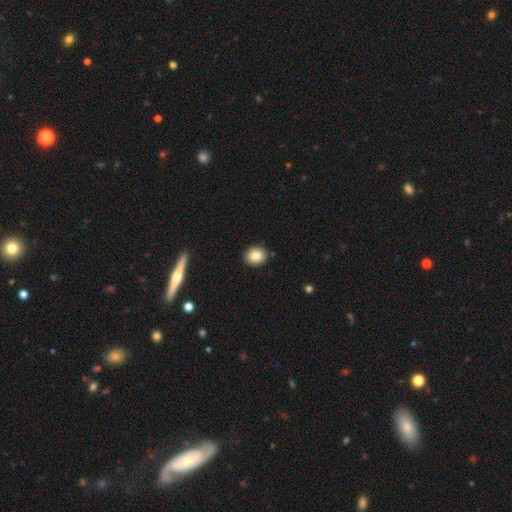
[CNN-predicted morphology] A smooth galaxy with no disk features (85%) that is round (68%).

Vote fractions:
- Smooth or featured? smooth: 85% / star or artifact: 9% / featured or disk: 6%
- How rounded? round: 68% / in between: 31% / cigar-shaped: 1%
- Merging? none: 89% / minor disturbance: 8% / major disturbance: 2% / merger: 2%